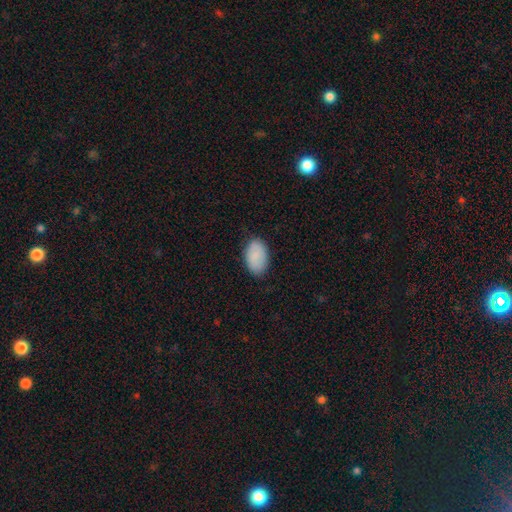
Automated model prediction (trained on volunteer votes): Morphology: type=smooth (87%); roundness=in between (93%); merging=none (83%).